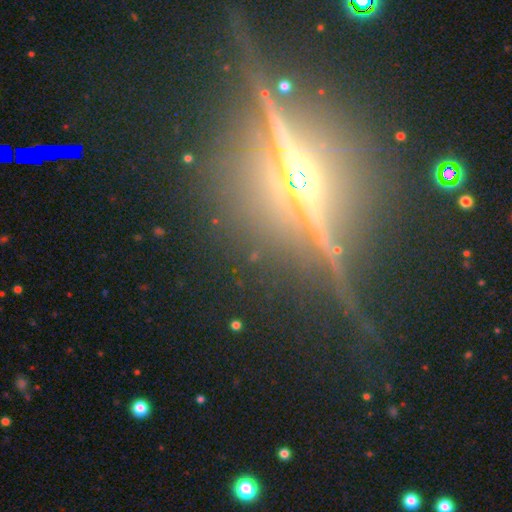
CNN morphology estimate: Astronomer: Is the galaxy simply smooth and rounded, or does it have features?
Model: star or artifact — 59%.